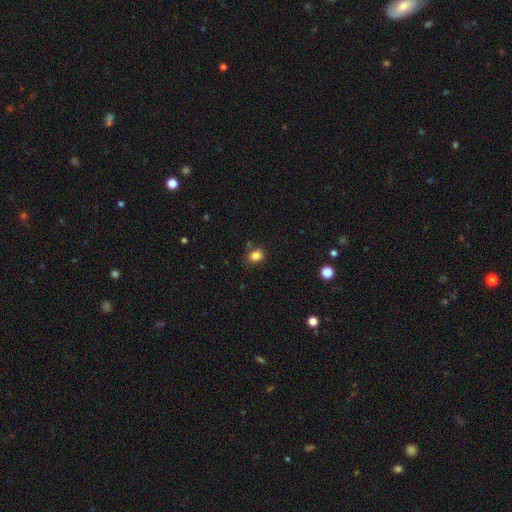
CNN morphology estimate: The model was most divided on "how rounded": round: 64%, in between: 35%, cigar-shaped: 1%. More confident: smooth or featured — smooth (83%); merging — none (78%).